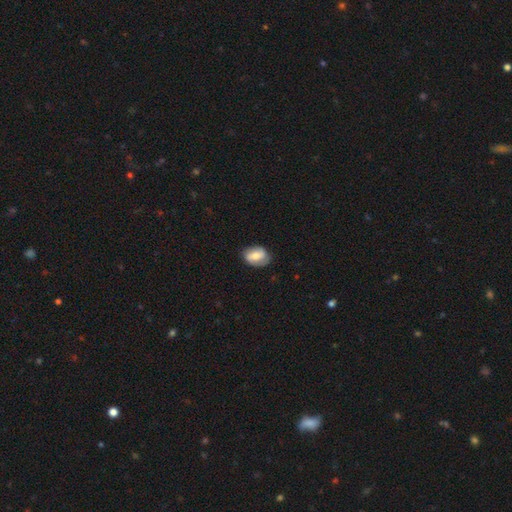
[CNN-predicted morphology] type=smooth (52%); roundness=in between (75%); merging=none (74%).